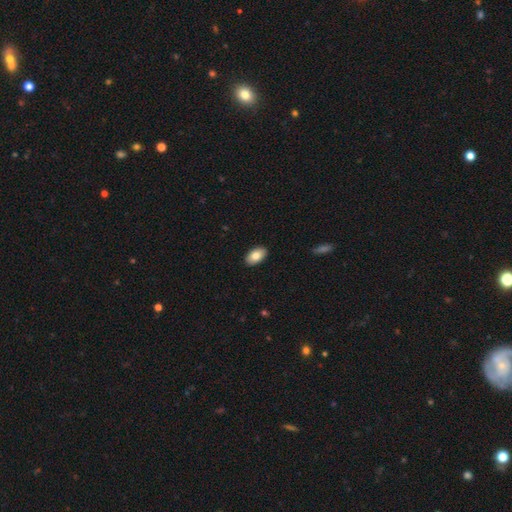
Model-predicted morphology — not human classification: Smooth or featured? smooth (83%)
How rounded? in between (94%)
Merging? none (90%)